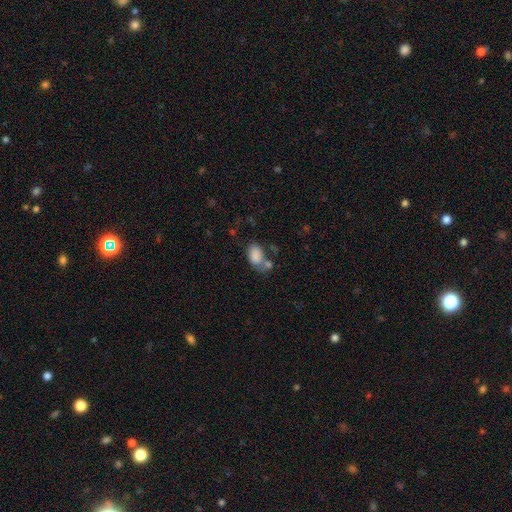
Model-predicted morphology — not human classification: Smooth or featured? smooth (84%)
How rounded? in between (87%)
Merging? none (45%)